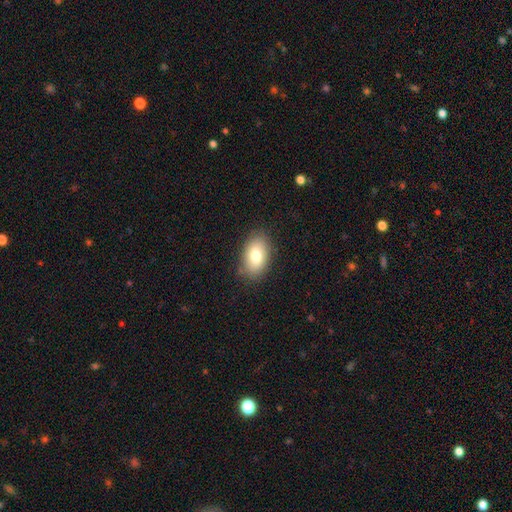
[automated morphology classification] type=smooth (78%); roundness=in between (89%); merging=none (83%).